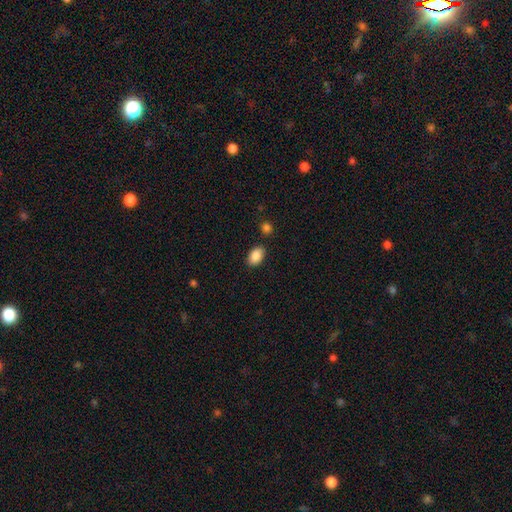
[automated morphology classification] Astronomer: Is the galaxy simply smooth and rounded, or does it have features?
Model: smooth — 89%.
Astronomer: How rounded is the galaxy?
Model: in between — 91%.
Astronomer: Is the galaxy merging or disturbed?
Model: none — 85%.